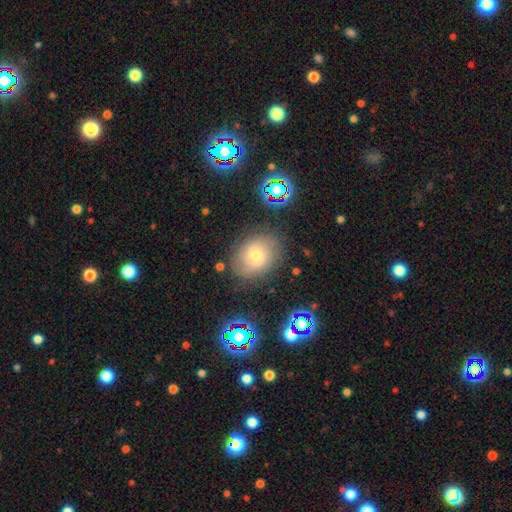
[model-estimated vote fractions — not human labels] This is marginally a smooth galaxy (42%). Merging: likely none (78%).